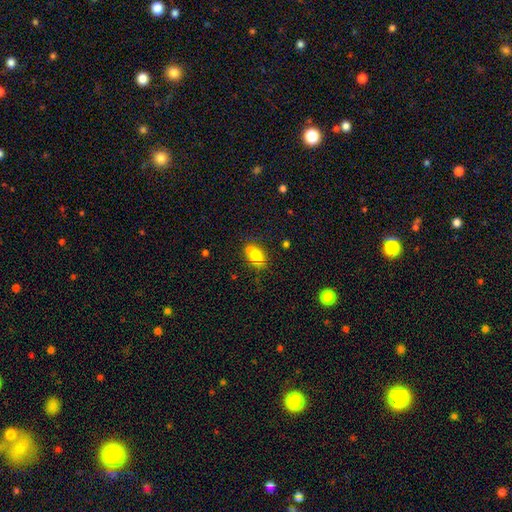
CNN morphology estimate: smooth 75%, featured or disk 15%, star or artifact 10%. Down the decision tree: how rounded — in between (76%); merging — none (52%).